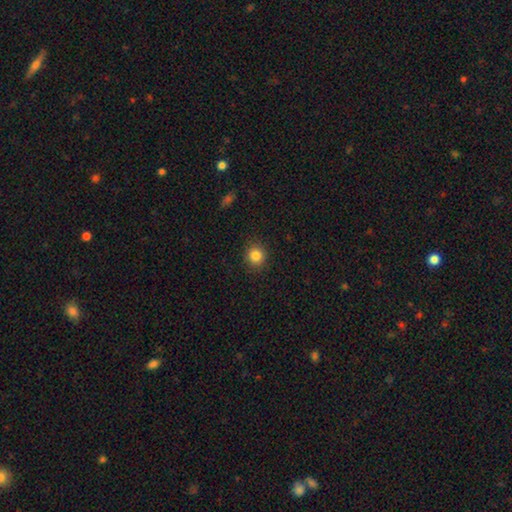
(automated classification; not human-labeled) Overall: smooth (84%). How rounded: round (89%). Merging: none (90%).